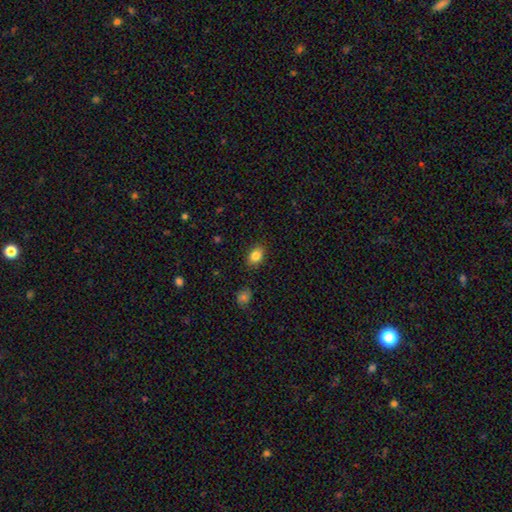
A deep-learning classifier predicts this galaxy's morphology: smooth-or-featured: smooth: 84% | star or artifact: 9% | featured or disk: 7%
  how-rounded: in between: 78% | round: 20% | cigar-shaped: 1%
  merging: none: 86% | minor disturbance: 10% | major disturbance: 3% | merger: 1%